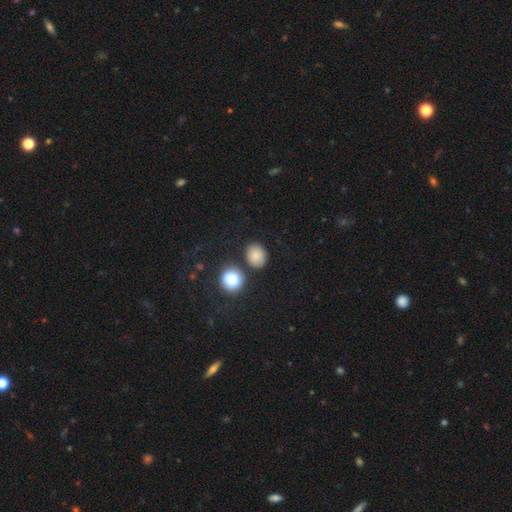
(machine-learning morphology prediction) A smooth galaxy with no disk features (86%) that is round (57%). Merging: none (75%).